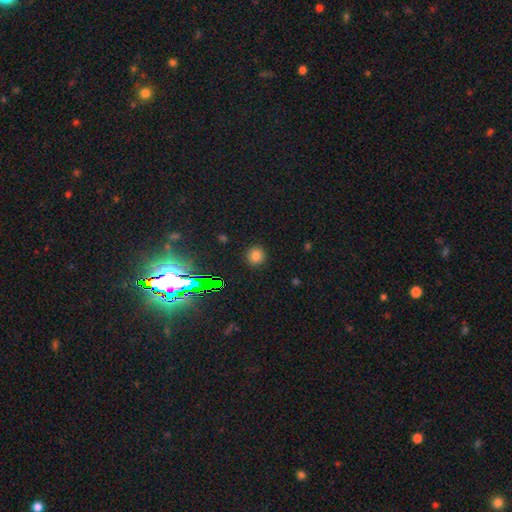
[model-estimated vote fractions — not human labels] Smooth or featured: smooth — 76% (star or artifact — 19%)
How rounded: round — 92% (in between — 7%)
Merging: none — 90% (minor disturbance — 6%)